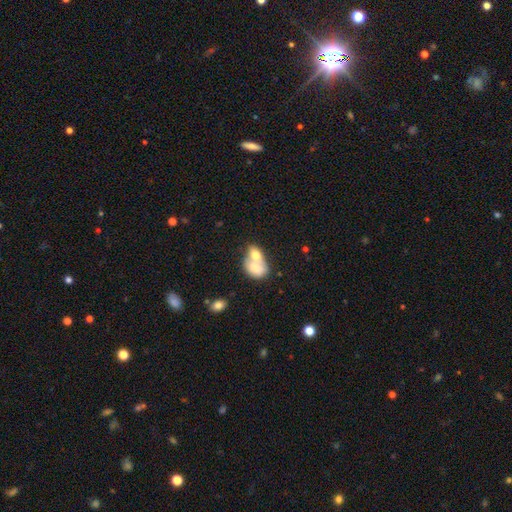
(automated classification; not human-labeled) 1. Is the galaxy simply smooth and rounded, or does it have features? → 69% smooth, 24% featured or disk, 7% star or artifact.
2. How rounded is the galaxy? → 66% in between, 32% round, 1% cigar-shaped.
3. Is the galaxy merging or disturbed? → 75% merger, 15% none, 7% minor disturbance, 4% major disturbance.